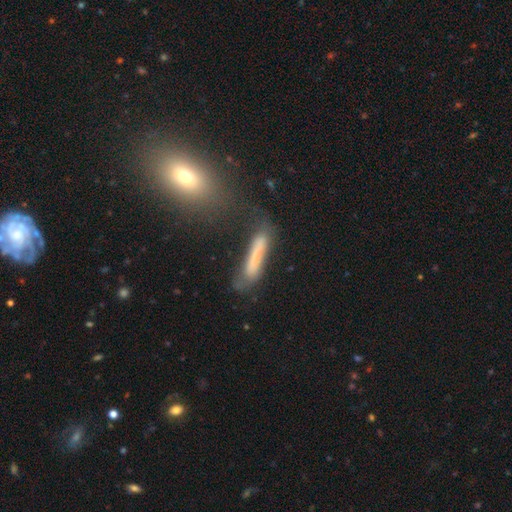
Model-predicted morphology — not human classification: A smooth galaxy with no disk features (65%) that is cigar-shaped (89%).

Vote fractions:
- Smooth or featured? smooth: 65% / featured or disk: 25% / star or artifact: 10%
- How rounded? cigar-shaped: 89% / in between: 9% / round: 2%
- Merging? none: 51% / minor disturbance: 23% / major disturbance: 15% / merger: 10%